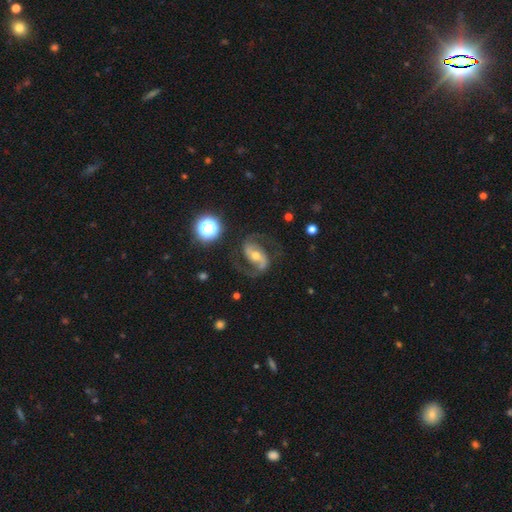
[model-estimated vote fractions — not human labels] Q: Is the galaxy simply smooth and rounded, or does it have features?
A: featured or disk — 86%.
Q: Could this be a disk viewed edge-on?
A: no — 97%.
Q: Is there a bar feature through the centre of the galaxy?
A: strong — 37%.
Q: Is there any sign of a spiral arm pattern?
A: yes — 97%.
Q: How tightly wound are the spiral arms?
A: medium — 55%.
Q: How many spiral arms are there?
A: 2 — 92%.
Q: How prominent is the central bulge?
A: moderate — 59%.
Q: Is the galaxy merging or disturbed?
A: none — 76%.